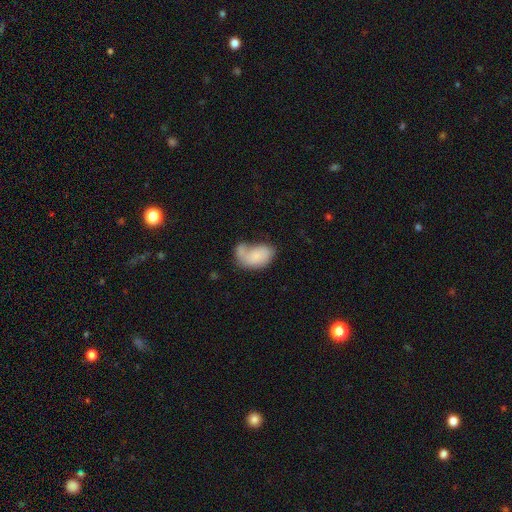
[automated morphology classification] Q: Smooth or featured?
A: smooth (73%); runner-up: featured or disk (20%)
Q: How rounded?
A: in between (90%); runner-up: round (9%)
Q: Merging?
A: merger (35%); runner-up: none (26%)